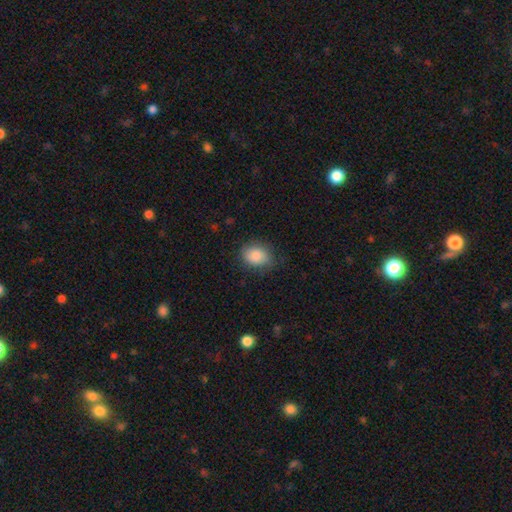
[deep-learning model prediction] Overall: smooth (87%). How rounded: in between (56%; round 43%). Merging: none (75%).